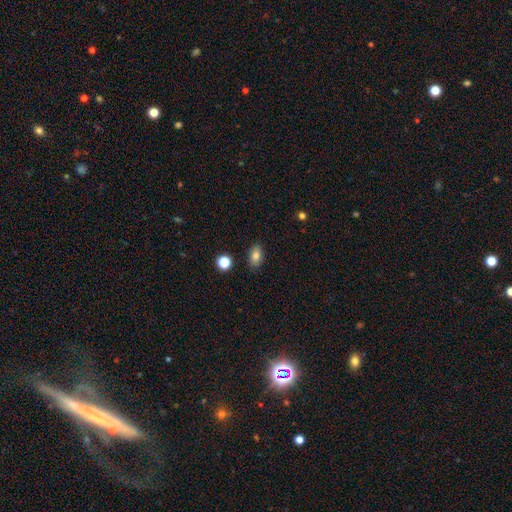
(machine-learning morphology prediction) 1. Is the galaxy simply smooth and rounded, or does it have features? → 81% smooth, 10% star or artifact, 9% featured or disk.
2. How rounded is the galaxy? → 86% in between, 12% round, 3% cigar-shaped.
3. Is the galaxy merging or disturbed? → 85% none, 11% minor disturbance, 2% major disturbance, 2% merger.